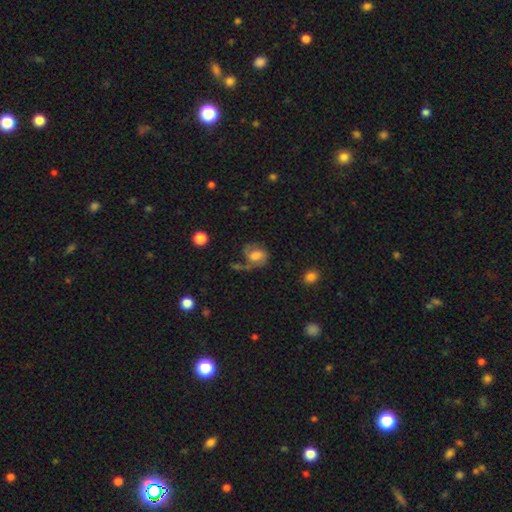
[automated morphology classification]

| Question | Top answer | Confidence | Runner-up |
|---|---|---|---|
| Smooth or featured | featured or disk | 65% | smooth (26%) |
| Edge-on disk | no | 98% | yes (2%) |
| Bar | no | 49% | weak (41%) |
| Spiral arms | yes | 90% | no (10%) |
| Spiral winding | medium | 49% | tight (26%) |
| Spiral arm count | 2 | 74% | 1 (11%) |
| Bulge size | moderate | 39% | large (32%) |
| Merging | none | 48% | minor disturbance (23%) |